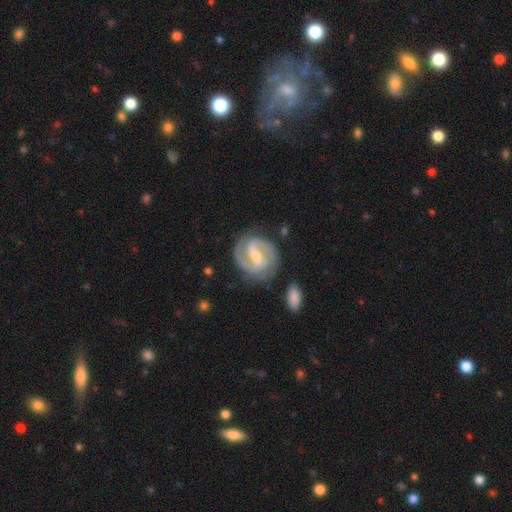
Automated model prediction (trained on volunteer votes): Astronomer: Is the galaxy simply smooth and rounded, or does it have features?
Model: featured or disk — 88%.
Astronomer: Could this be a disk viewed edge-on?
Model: no — 97%.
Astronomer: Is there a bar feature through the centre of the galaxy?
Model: strong — 53% (runner-up: weak, 38%).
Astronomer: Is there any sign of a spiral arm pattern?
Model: yes — 97%.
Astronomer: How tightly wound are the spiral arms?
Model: medium — 50% (runner-up: tight, 39%).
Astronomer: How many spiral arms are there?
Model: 2 — 89%.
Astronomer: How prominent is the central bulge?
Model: small — 51% (runner-up: moderate, 37%).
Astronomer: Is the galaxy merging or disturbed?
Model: none — 79%.